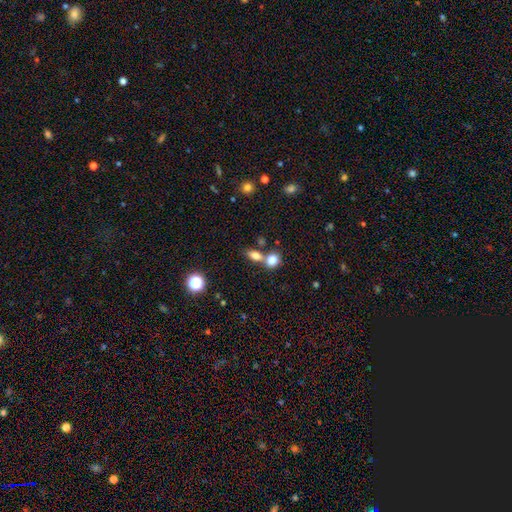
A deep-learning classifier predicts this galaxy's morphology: smooth_or_featured: smooth (p=0.77) [alt: star or artifact p=0.12]
how_rounded: in between (p=0.67) [alt: round p=0.27]
merging: merger (p=0.44) [tied with: none p=0.44]